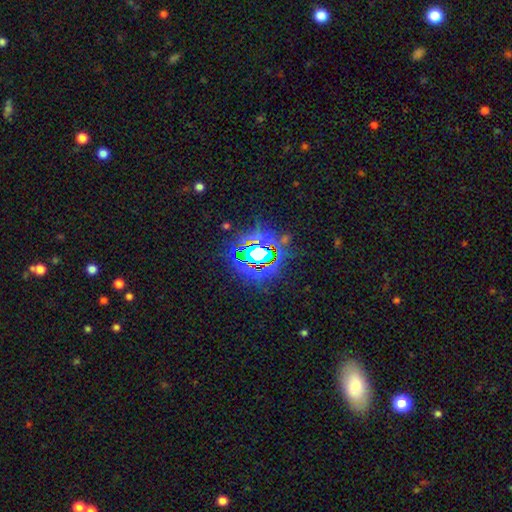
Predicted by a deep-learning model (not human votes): Overall: star or artifact (79%).